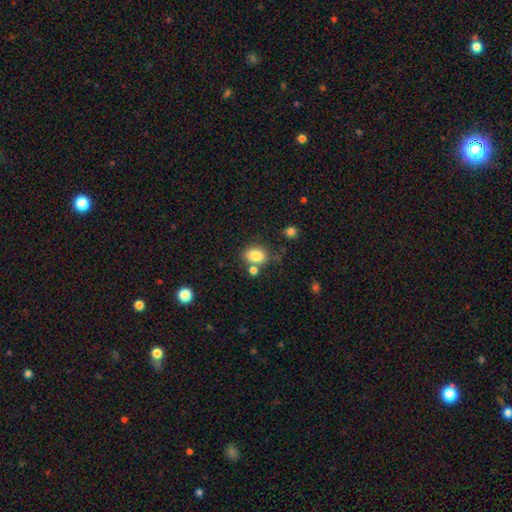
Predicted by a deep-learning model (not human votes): Overall: smooth (83%). How rounded: in between (72%). Merging: none (61%).